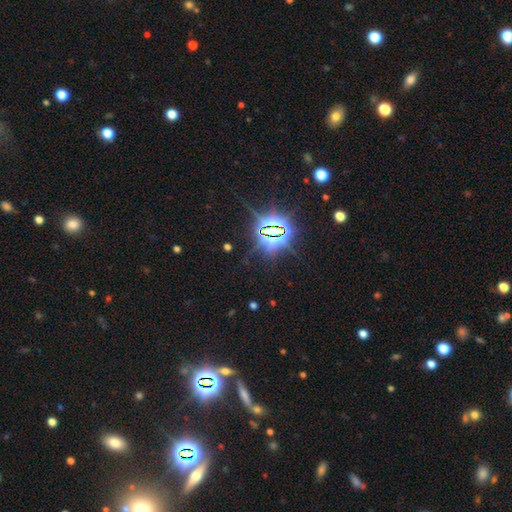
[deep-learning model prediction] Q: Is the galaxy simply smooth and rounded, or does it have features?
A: star or artifact — 83%.